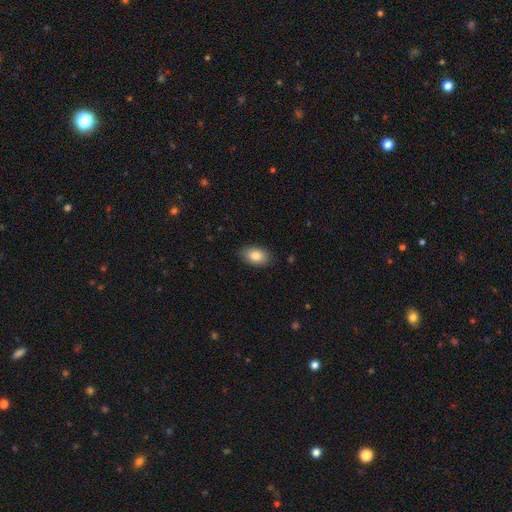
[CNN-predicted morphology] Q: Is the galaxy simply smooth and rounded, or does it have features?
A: smooth — 85%.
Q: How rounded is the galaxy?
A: in between — 92%.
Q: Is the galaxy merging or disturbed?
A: none — 87%.